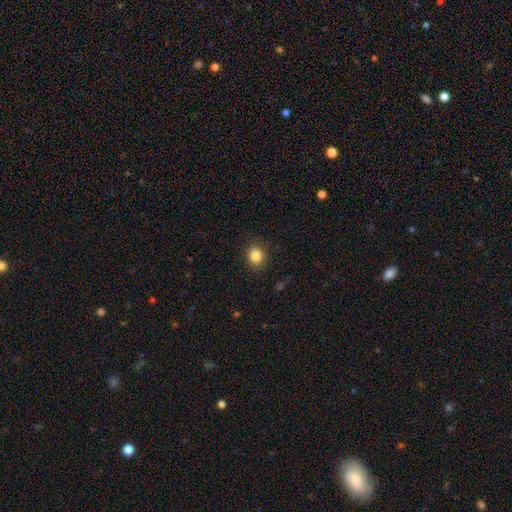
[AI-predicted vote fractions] Smooth or featured? Predicted: smooth (p=0.86). How rounded? Predicted: round (p=0.69). Merging? Predicted: none (p=0.88).